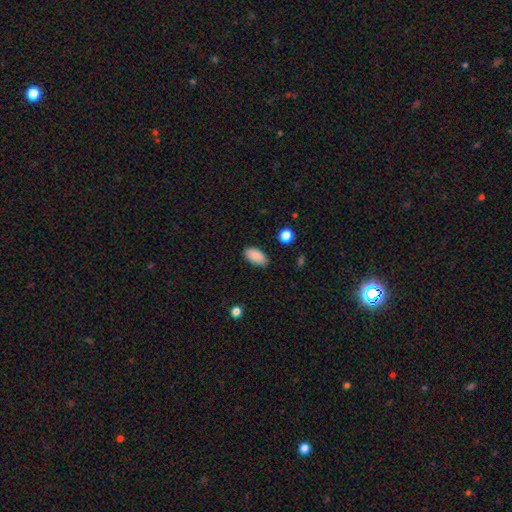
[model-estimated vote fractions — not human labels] Q: Smooth or featured?
A: smooth (88%); runner-up: star or artifact (7%)
Q: How rounded?
A: in between (93%); runner-up: cigar-shaped (4%)
Q: Merging?
A: none (85%); runner-up: minor disturbance (11%)